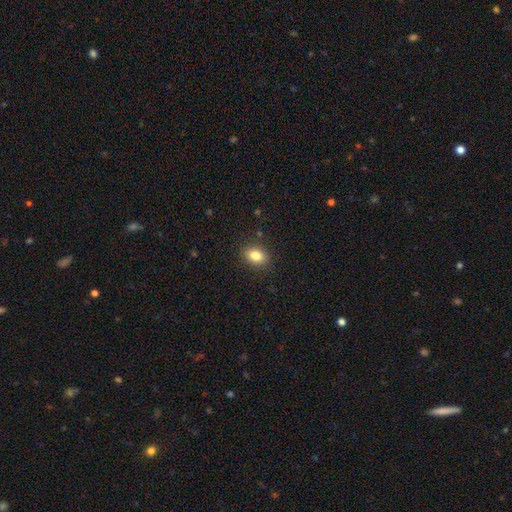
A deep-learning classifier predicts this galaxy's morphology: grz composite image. It shows a smooth galaxy with no disk features (83%) that is in between round and cigar-shaped (72%). Merging: none (87%).